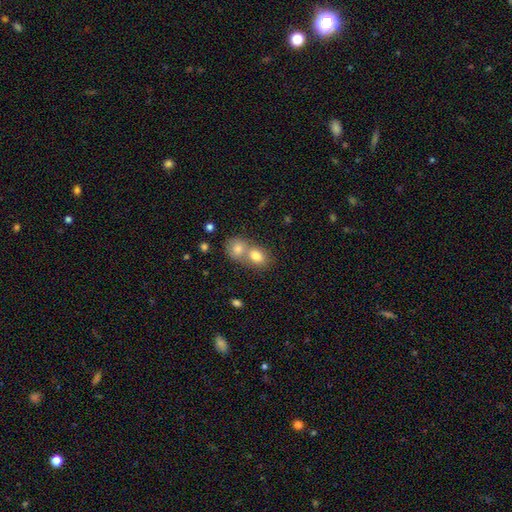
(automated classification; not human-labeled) smooth 78%, featured or disk 12%, star or artifact 9%. Down the decision tree: how rounded — in between (55%); merging — merger (63%).